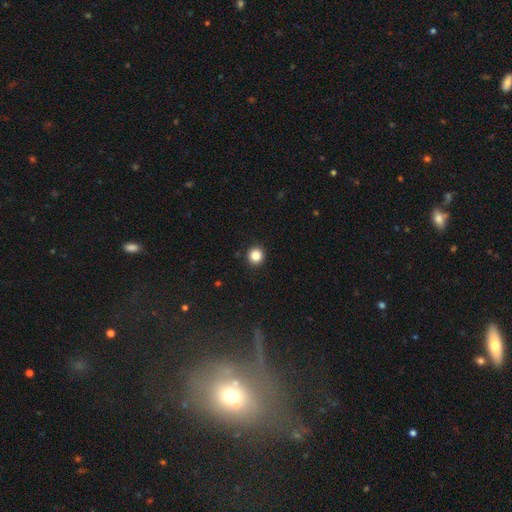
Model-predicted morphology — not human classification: smooth_or_featured: smooth (p=0.85) [alt: star or artifact p=0.12]
how_rounded: round (p=0.94) [alt: in between p=0.05]
merging: none (p=0.93) [alt: minor disturbance p=0.05]